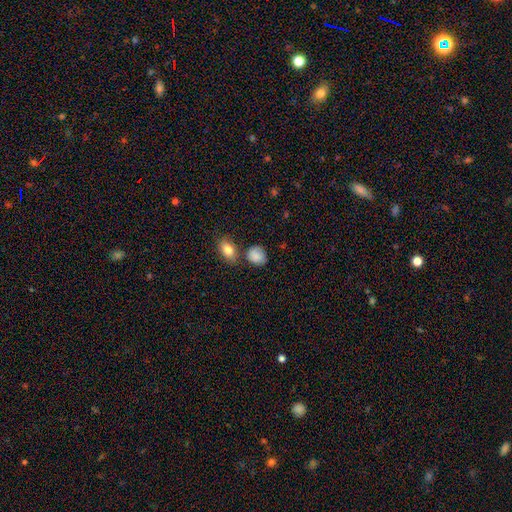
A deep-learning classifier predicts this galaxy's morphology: smooth-or-featured: smooth: 83% | featured or disk: 9% | star or artifact: 8%
  how-rounded: round: 60% | in between: 39% | cigar-shaped: 1%
  merging: none: 62% | minor disturbance: 21% | merger: 11% | major disturbance: 6%